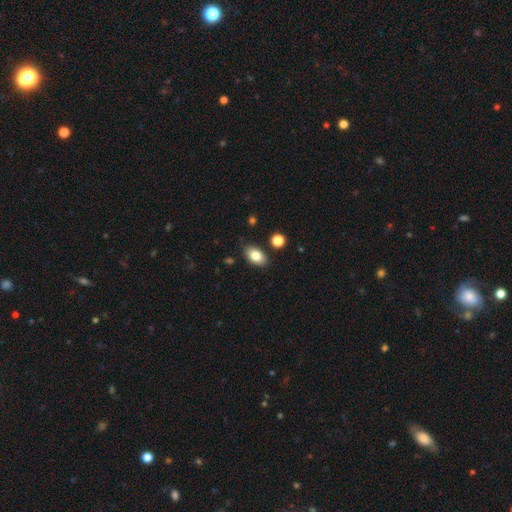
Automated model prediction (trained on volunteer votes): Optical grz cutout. It shows a smooth galaxy with no disk features (82%) that is in between round and cigar-shaped (90%). Merging: none (83%).